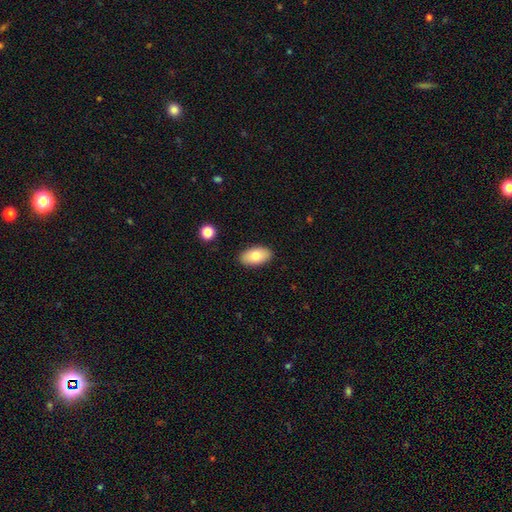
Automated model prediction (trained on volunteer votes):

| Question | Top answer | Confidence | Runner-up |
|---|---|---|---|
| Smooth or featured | smooth | 77% | featured or disk (16%) |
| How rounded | in between | 94% | round (4%) |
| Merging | none | 89% | minor disturbance (8%) |